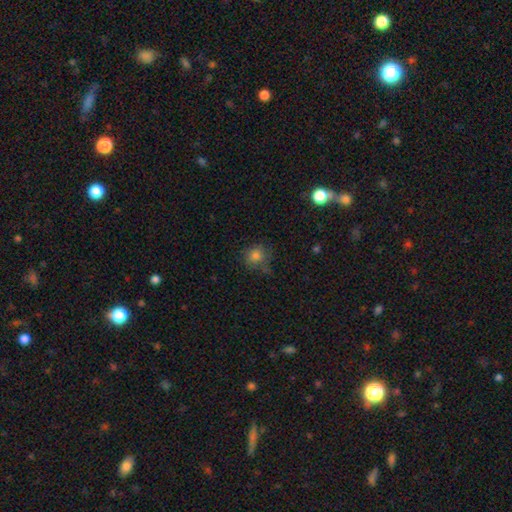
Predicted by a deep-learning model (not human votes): Q: Smooth or featured?
A: smooth (80%); runner-up: star or artifact (13%)
Q: How rounded?
A: round (85%); runner-up: in between (14%)
Q: Merging?
A: none (69%); runner-up: minor disturbance (20%)